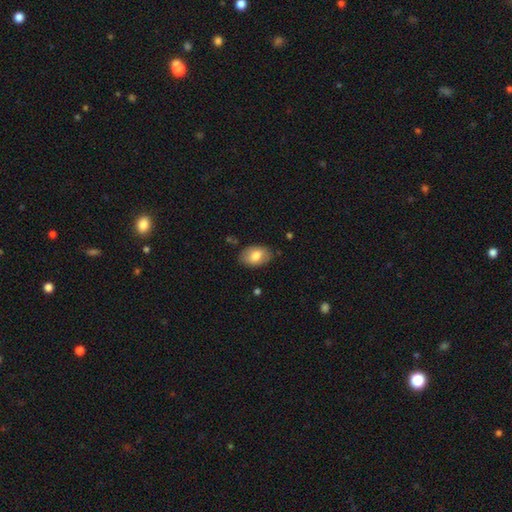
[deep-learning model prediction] Smooth or featured: smooth — 76% (featured or disk — 18%)
How rounded: in between — 89% (round — 9%)
Merging: none — 81% (minor disturbance — 15%)